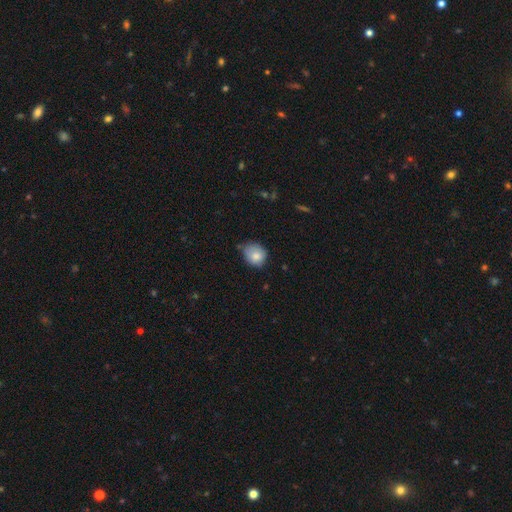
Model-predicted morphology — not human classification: This is clearly a smooth galaxy (81%). How rounded: likely round (64%). Merging: possibly none (47%).